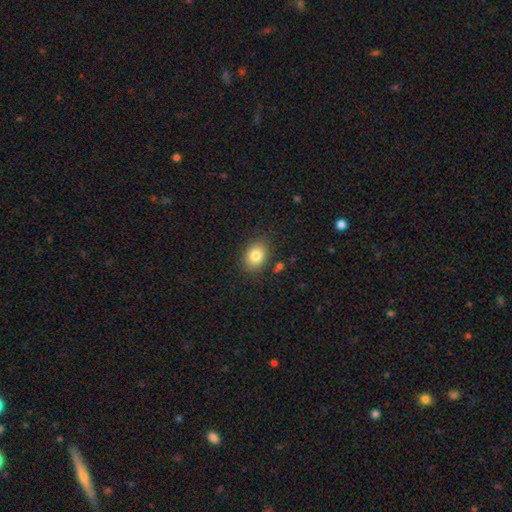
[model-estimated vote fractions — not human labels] This is clearly a smooth galaxy (83%). How rounded: likely in between (64%). Merging: clearly none (84%).